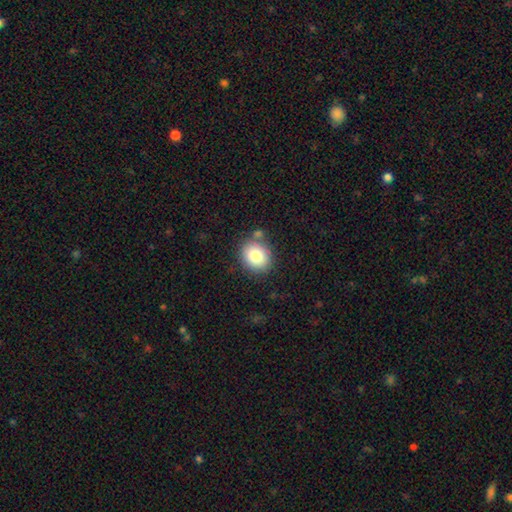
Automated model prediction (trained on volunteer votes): Overall: smooth (82%). How rounded: round (60%; in between 39%). Merging: none (76%).